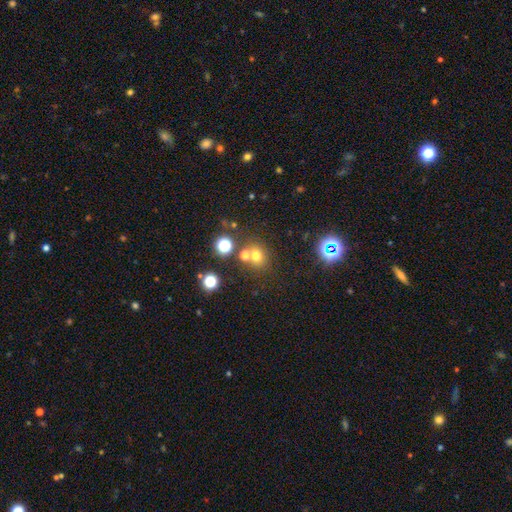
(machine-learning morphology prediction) A smooth galaxy with no disk features (66%) that is round (78%). Merging: none (63%).